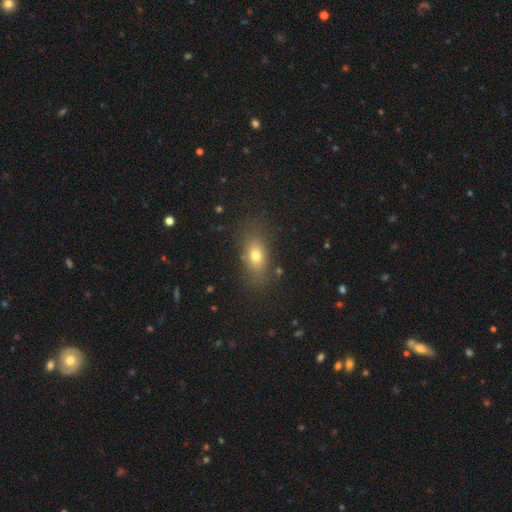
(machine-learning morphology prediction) The model was most divided on "smooth or featured": smooth: 72%, featured or disk: 15%, star or artifact: 13%. More confident: merging — none (81%); how rounded — in between (75%).